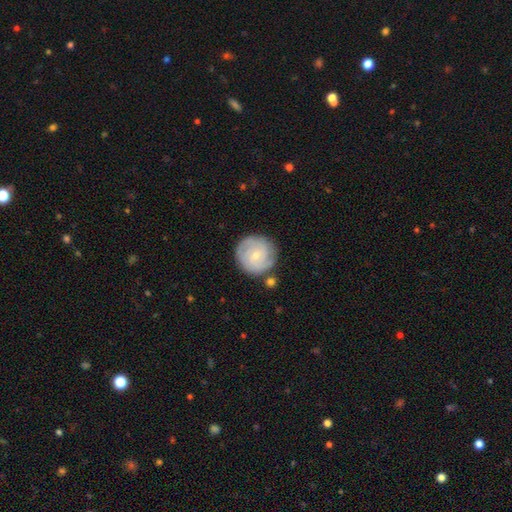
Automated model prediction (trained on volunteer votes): A featured or disk galaxy (58%) with no bar (61%), spiral arms (85%) and a small central bulge (67%).

Vote fractions:
- Smooth or featured? featured or disk: 58% / smooth: 36% / star or artifact: 6%
- Edge-on disk? no: 98% / yes: 2%
- Bar? no: 61% / weak: 34% / strong: 5%
- Spiral arms? yes: 85% / no: 15%
- Bulge size? small: 67% / moderate: 29% / none: 2% / large: 1% / dominant: 1%
- Merging? none: 80% / minor disturbance: 13% / merger: 4% / major disturbance: 4%